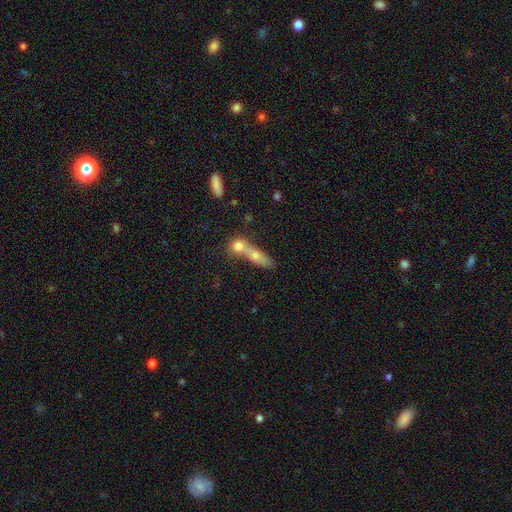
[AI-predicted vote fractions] smooth 67%, featured or disk 23%, star or artifact 9%. Down the decision tree: how rounded — in between (49%); merging — merger (62%).